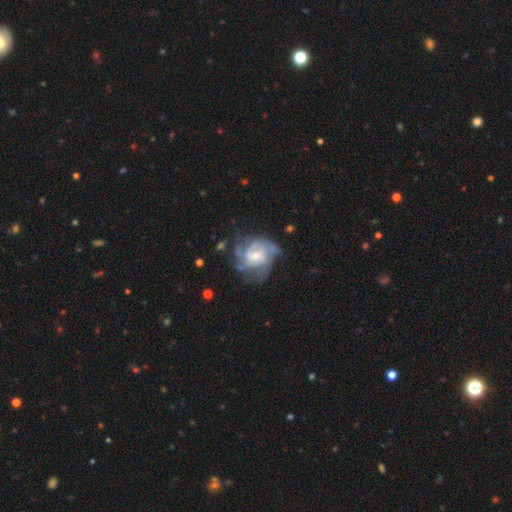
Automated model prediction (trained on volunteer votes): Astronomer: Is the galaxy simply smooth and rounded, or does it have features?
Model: featured or disk — 80%.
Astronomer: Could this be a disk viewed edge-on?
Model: no — 98%.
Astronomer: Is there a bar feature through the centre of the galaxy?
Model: no — 60%.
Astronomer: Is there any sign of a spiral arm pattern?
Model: yes — 88%.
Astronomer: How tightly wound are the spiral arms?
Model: tight — 49% (runner-up: medium, 38%).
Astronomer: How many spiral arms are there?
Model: can't tell — 36% (runner-up: 3, 23%).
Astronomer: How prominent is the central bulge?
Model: small — 52% (runner-up: moderate, 42%).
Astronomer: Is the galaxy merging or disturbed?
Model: none — 49% (runner-up: minor disturbance, 25%).